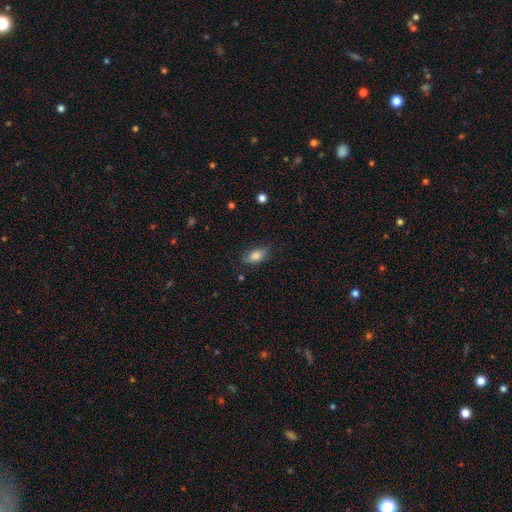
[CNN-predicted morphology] type=smooth (80%); roundness=in between (87%); merging=none (73%).